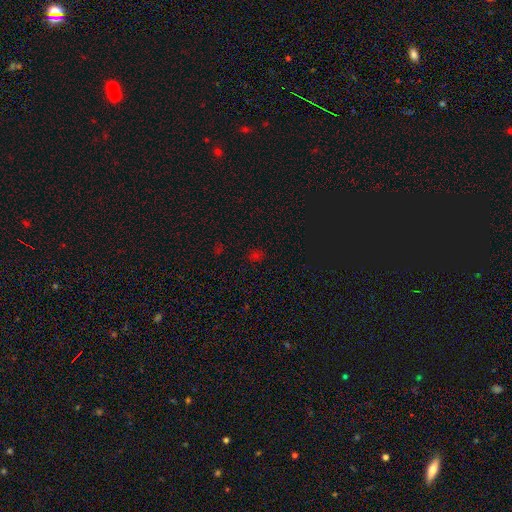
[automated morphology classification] This appears to be a smooth galaxy with no disk features (57%) that is round (65%). Merging: none (83%).